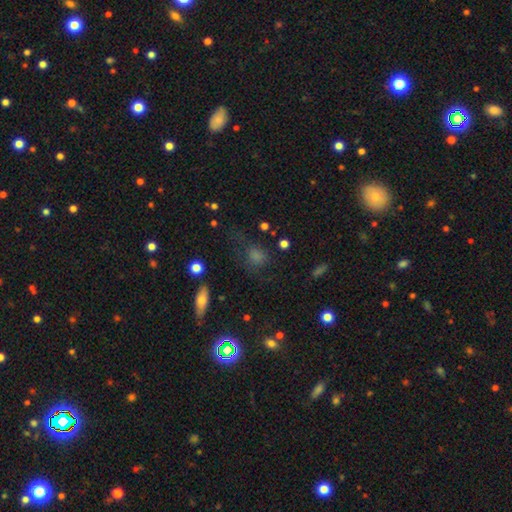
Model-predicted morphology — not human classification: smooth_or_featured: smooth (p=0.53) [alt: star or artifact p=0.32]
how_rounded: round (p=0.63) [alt: in between p=0.33]
merging: none (p=0.61) [alt: minor disturbance p=0.19]